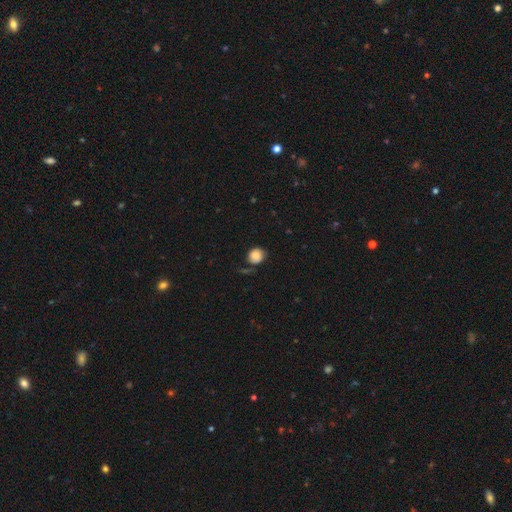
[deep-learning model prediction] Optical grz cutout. It shows a smooth galaxy with no disk features (80%) that is round (76%). Merging: none (63%).